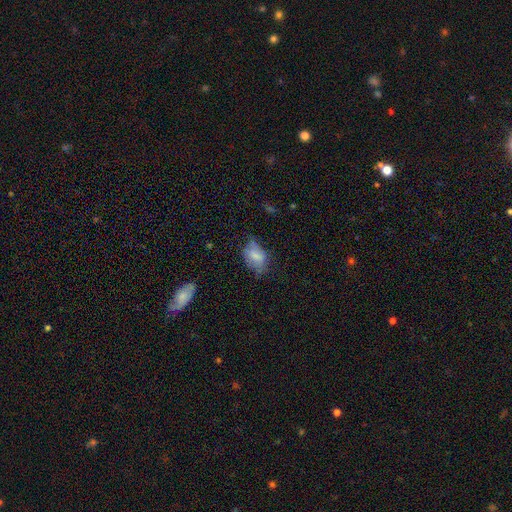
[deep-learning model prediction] Smooth or featured: smooth — 69% (featured or disk — 22%)
How rounded: in between — 88% (round — 10%)
Merging: none — 45% (minor disturbance — 37%)